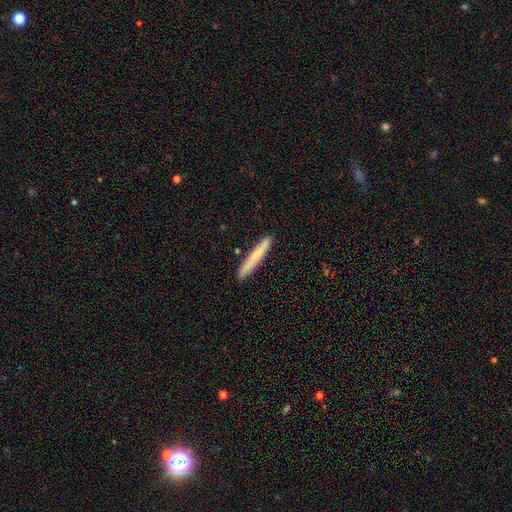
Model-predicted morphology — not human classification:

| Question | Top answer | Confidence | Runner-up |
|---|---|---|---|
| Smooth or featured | smooth | 71% | featured or disk (23%) |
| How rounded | cigar-shaped | 96% | in between (3%) |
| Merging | none | 90% | minor disturbance (7%) |